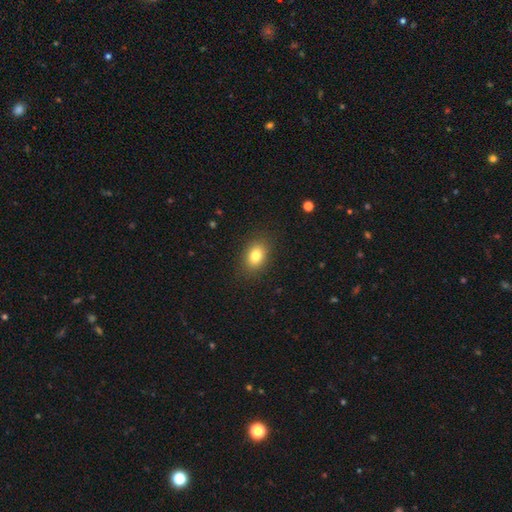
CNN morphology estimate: Smooth or featured? smooth (81%)
How rounded? in between (75%)
Merging? none (86%)